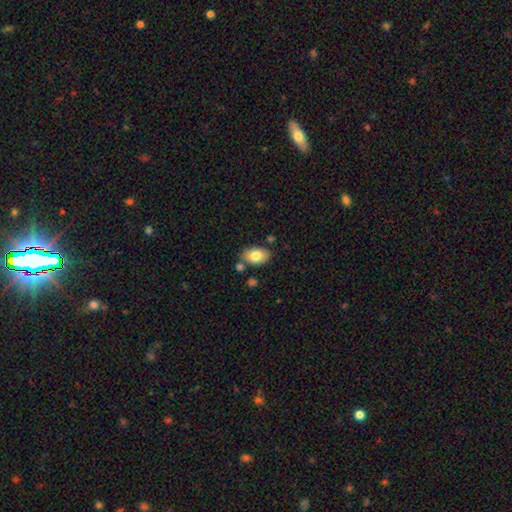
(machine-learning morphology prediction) Smooth or featured: smooth — 82% (featured or disk — 11%)
How rounded: in between — 87% (round — 12%)
Merging: none — 76% (minor disturbance — 13%)